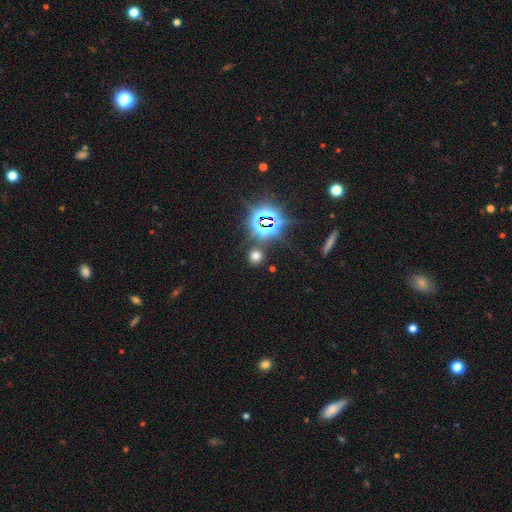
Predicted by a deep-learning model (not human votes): smooth-or-featured: smooth: 58% | star or artifact: 35% | featured or disk: 7%
  how-rounded: round: 86% | in between: 12% | cigar-shaped: 1%
  merging: none: 83% | minor disturbance: 8% | merger: 6% | major disturbance: 3%